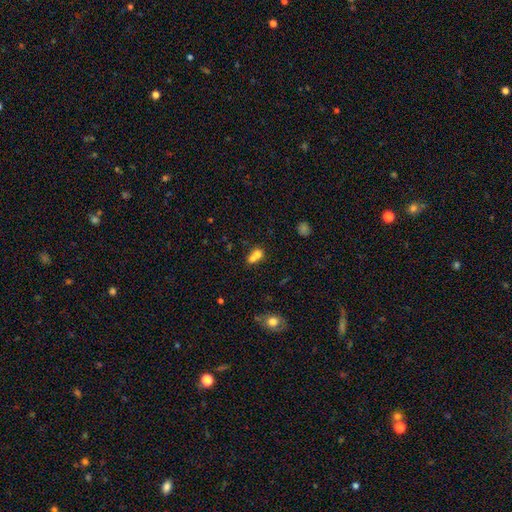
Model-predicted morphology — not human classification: A smooth galaxy with no disk features (71%) that is round (57%). Merging: merger (66%).